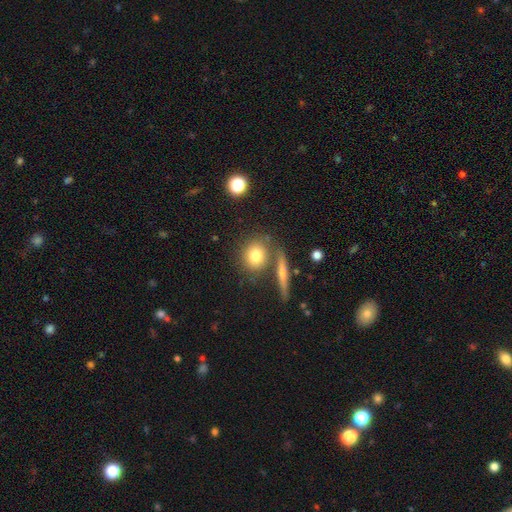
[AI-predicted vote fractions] Smooth or featured?
  - smooth: 76% *
  - featured or disk: 14%
  - star or artifact: 10%
How rounded?
  - round: 74% *
  - in between: 22%
  - cigar-shaped: 4%
Merging?
  - none: 71% *
  - merger: 15%
  - minor disturbance: 11%
  - major disturbance: 4%